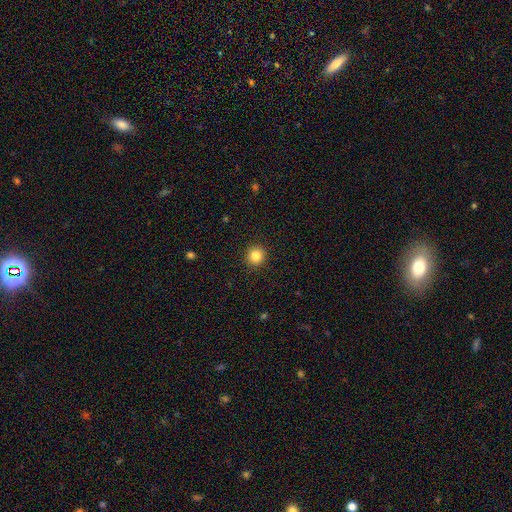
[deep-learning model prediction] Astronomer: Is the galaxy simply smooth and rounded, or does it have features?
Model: smooth — 84%.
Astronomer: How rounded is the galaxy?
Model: round — 93%.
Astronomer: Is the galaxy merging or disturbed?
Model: none — 92%.